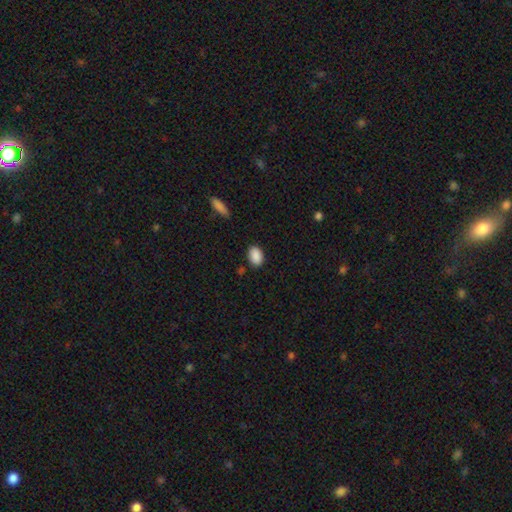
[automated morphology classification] Overall: smooth (90%). How rounded: in between (85%). Merging: none (85%).